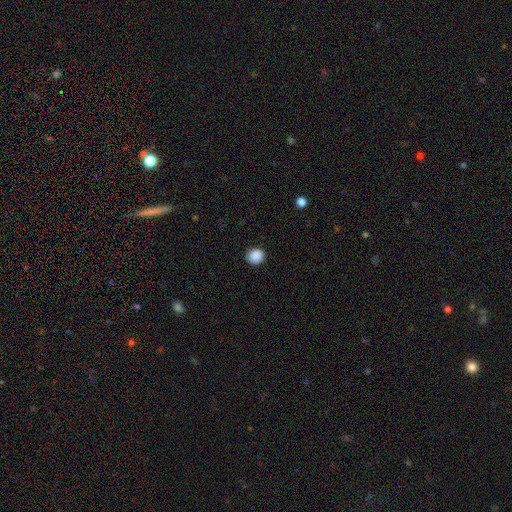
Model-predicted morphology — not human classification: Q: Smooth or featured?
A: smooth (89%); runner-up: star or artifact (9%)
Q: How rounded?
A: round (84%); runner-up: in between (15%)
Q: Merging?
A: none (90%); runner-up: minor disturbance (7%)